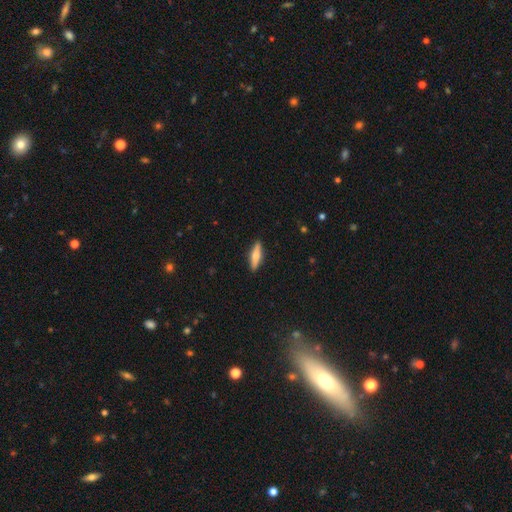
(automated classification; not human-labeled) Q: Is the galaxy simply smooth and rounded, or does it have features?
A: smooth — 53%.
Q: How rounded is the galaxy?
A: cigar-shaped — 69%.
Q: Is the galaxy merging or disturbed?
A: none — 90%.